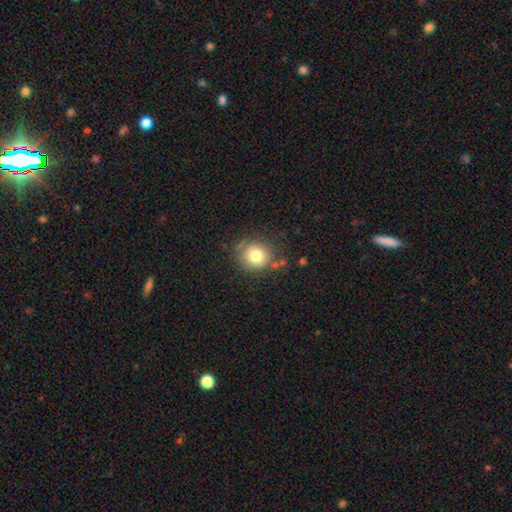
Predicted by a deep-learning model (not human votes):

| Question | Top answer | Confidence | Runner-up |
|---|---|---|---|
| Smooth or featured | smooth | 77% | star or artifact (12%) |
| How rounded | round | 85% | in between (14%) |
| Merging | none | 78% | minor disturbance (13%) |